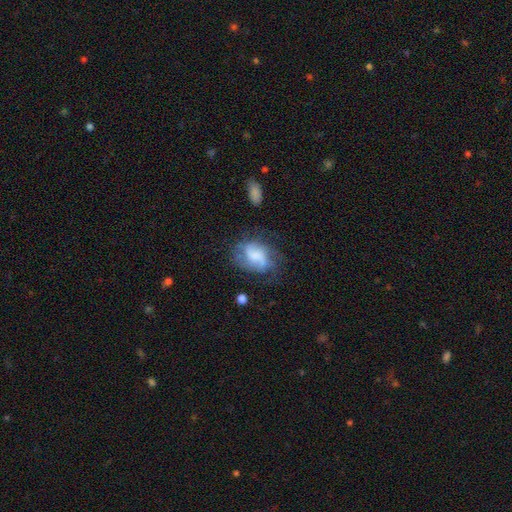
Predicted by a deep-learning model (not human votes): This is possibly a featured or disk galaxy (51%). It is clearly not viewed edge-on (97%). Merging: possibly none (48%).